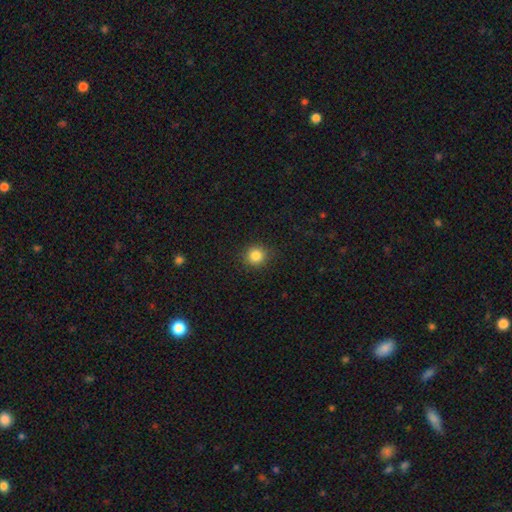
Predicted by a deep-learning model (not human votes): smooth_or_featured: smooth (p=0.85) [alt: star or artifact p=0.11]
how_rounded: round (p=0.92) [alt: in between p=0.08]
merging: none (p=0.90) [alt: minor disturbance p=0.07]